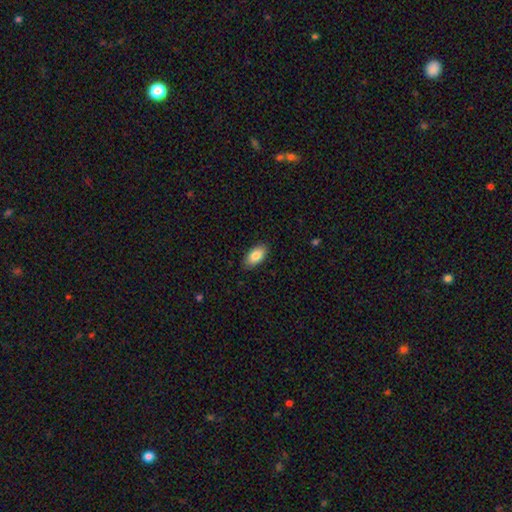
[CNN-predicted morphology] type=smooth (84%); roundness=in between (93%); merging=none (87%).